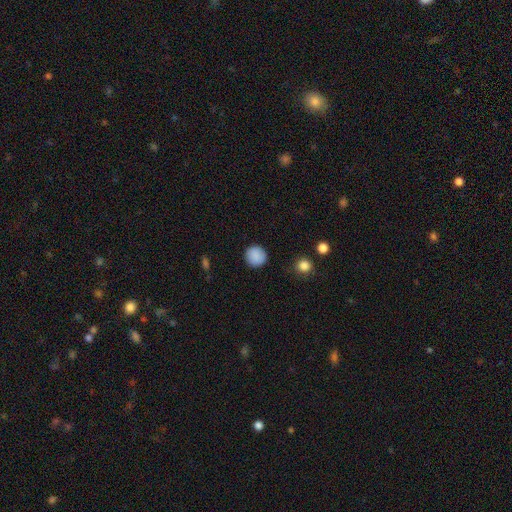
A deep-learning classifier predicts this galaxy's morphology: Smooth or featured? Predicted: smooth (p=0.88). How rounded? Predicted: round (p=0.93). Merging? Predicted: none (p=0.90).